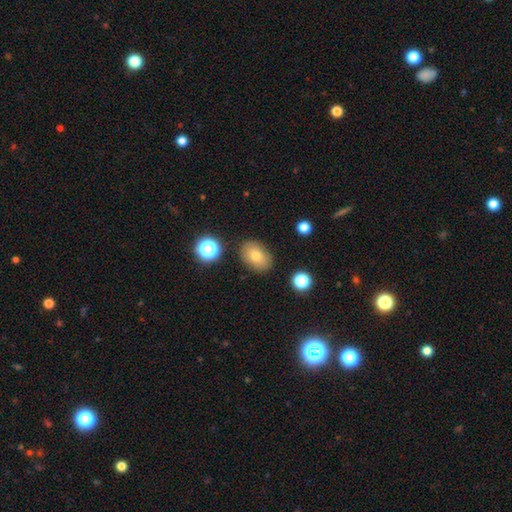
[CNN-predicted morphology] smooth-or-featured: smooth: 77% | featured or disk: 13% | star or artifact: 11%
  how-rounded: in between: 80% | round: 18% | cigar-shaped: 1%
  merging: none: 85% | minor disturbance: 10% | major disturbance: 3% | merger: 2%